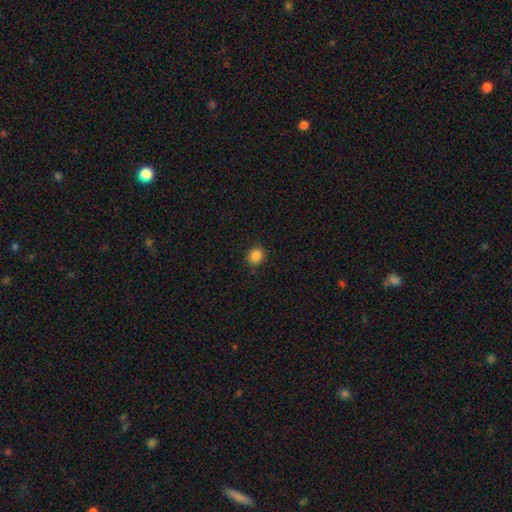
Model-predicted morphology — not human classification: This appears to be a smooth galaxy with no disk features (86%) that is round (83%). Merging: none (89%).